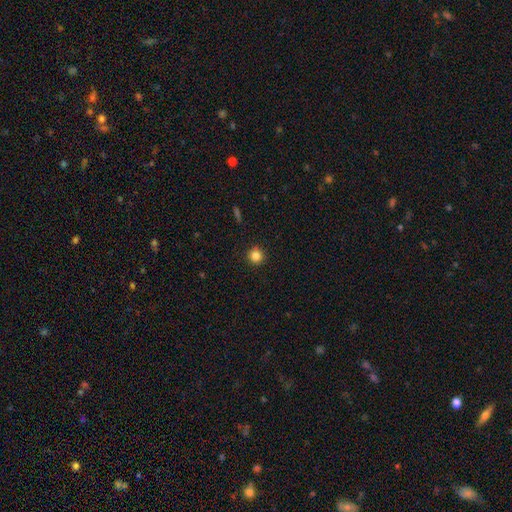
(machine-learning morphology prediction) A smooth galaxy with no disk features (83%) that is round (94%).

Vote fractions:
- Smooth or featured? smooth: 83% / star or artifact: 12% / featured or disk: 5%
- How rounded? round: 94% / in between: 5% / cigar-shaped: 1%
- Merging? none: 91% / minor disturbance: 6% / major disturbance: 2% / merger: 1%